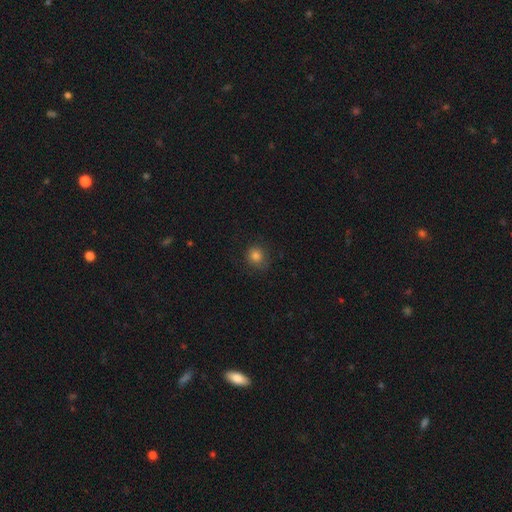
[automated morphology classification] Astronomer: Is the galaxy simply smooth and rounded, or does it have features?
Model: smooth — 82%.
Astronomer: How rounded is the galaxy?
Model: round — 85%.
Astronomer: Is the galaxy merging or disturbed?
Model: none — 78%.